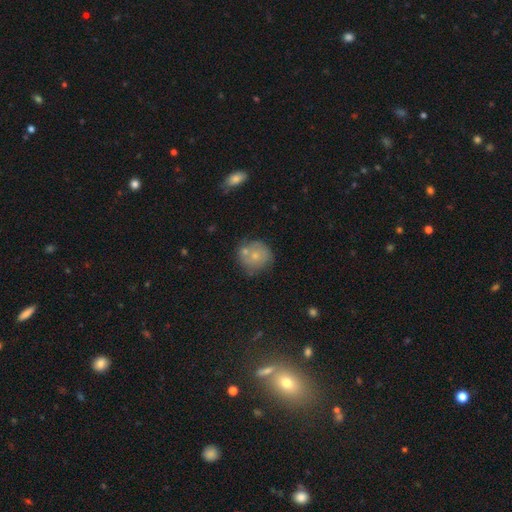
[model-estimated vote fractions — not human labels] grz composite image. It shows a smooth galaxy with no disk features (66%) that is round (88%). Merging: none (52%).